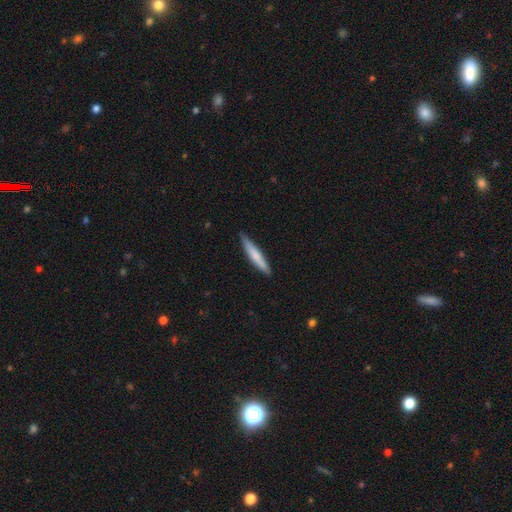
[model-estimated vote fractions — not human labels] Smooth or featured? smooth (67%)
How rounded? cigar-shaped (93%)
Merging? none (85%)